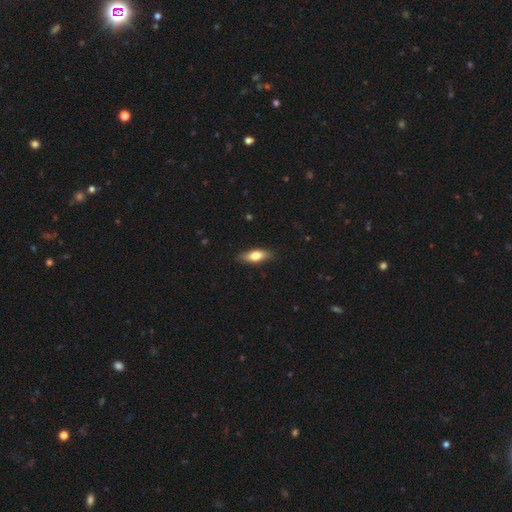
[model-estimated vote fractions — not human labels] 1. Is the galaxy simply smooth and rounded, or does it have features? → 66% smooth, 28% featured or disk, 6% star or artifact.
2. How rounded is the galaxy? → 66% in between, 31% cigar-shaped, 3% round.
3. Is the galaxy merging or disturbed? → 83% none, 13% minor disturbance, 2% major disturbance, 1% merger.